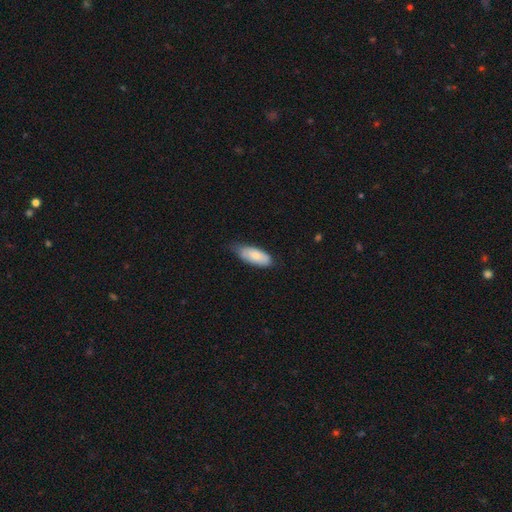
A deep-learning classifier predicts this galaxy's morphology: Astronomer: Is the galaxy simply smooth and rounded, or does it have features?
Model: smooth — 78%.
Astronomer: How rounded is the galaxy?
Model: in between — 84%.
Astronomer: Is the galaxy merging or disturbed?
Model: none — 58% (runner-up: minor disturbance, 36%).